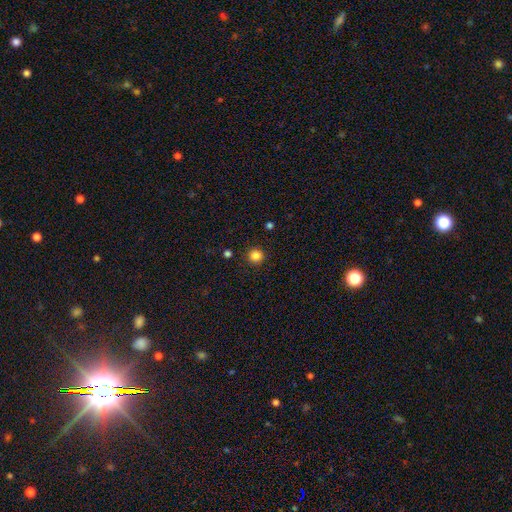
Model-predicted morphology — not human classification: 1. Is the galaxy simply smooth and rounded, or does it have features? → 84% smooth, 12% star or artifact, 4% featured or disk.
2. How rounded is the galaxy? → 95% round, 4% in between, 1% cigar-shaped.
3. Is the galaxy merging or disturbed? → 92% none, 5% minor disturbance, 2% major disturbance, 1% merger.